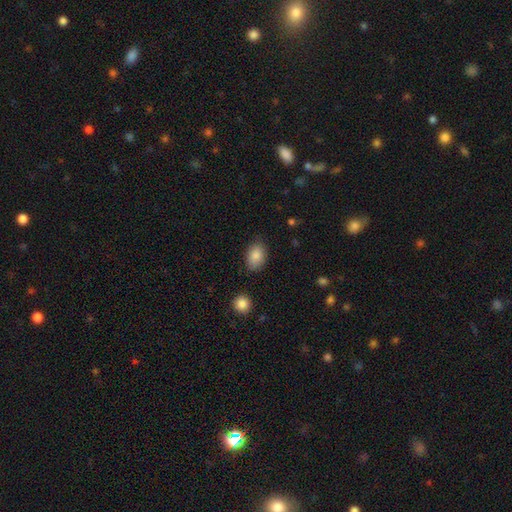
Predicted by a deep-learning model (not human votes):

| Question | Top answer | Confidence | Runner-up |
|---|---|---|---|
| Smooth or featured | smooth | 86% | star or artifact (8%) |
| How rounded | in between | 84% | round (15%) |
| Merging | none | 81% | minor disturbance (14%) |